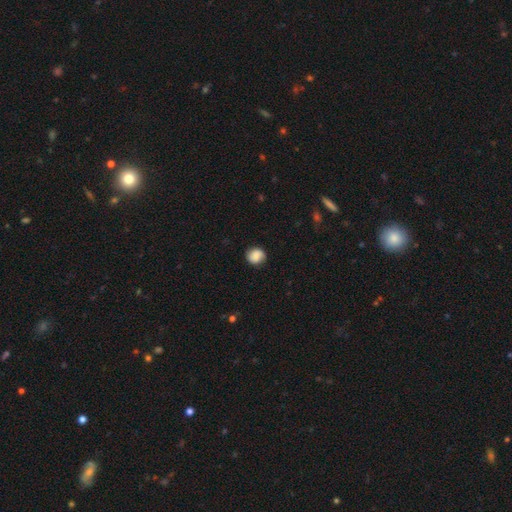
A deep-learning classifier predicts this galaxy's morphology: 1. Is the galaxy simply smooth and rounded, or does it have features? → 81% smooth, 11% featured or disk, 9% star or artifact.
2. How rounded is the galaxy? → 83% round, 16% in between, 1% cigar-shaped.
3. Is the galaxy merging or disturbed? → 82% none, 13% minor disturbance, 3% major disturbance, 1% merger.